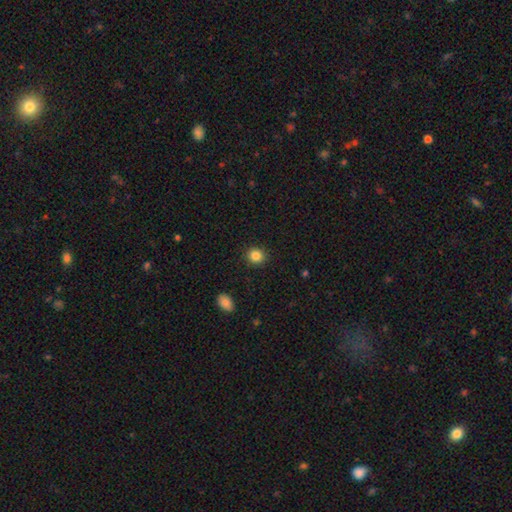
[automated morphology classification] smooth-or-featured: smooth: 86% | star or artifact: 10% | featured or disk: 4%
  how-rounded: round: 84% | in between: 15% | cigar-shaped: 1%
  merging: none: 91% | minor disturbance: 6% | major disturbance: 2% | merger: 1%